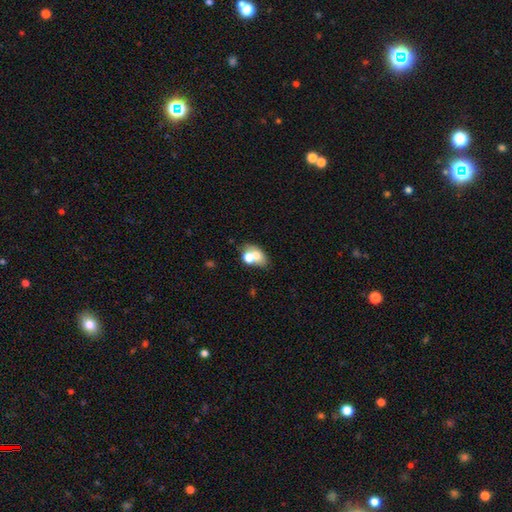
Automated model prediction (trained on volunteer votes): A smooth galaxy with no disk features (64%) that is in between round and cigar-shaped (70%). Merging: merger (49%).